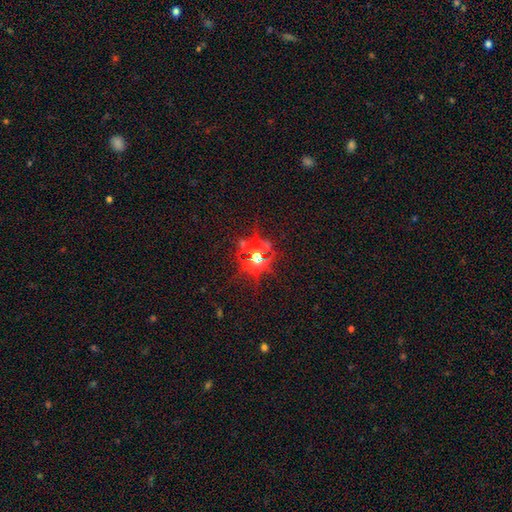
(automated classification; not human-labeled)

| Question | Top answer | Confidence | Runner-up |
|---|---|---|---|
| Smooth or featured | star or artifact | 64% | smooth (25%) |